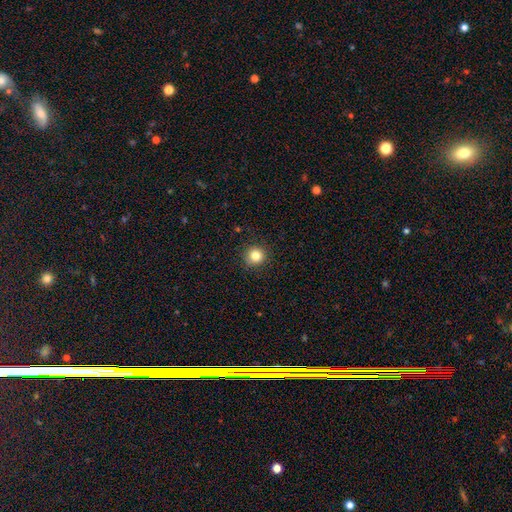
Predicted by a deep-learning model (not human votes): Smooth or featured? Predicted: smooth (p=0.83). How rounded? Predicted: round (p=0.93). Merging? Predicted: none (p=0.91).